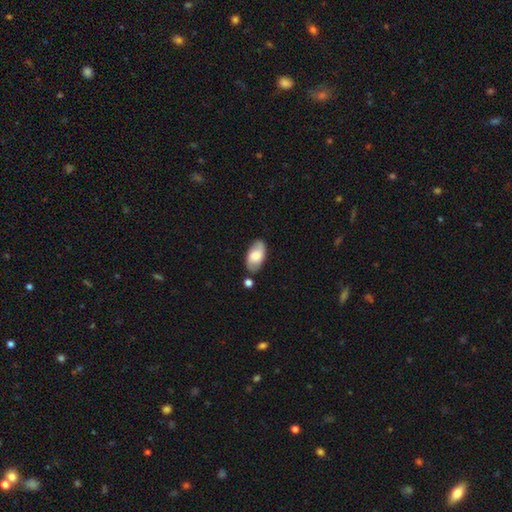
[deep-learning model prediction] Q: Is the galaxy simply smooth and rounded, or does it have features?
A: smooth — 65%.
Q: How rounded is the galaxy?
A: in between — 94%.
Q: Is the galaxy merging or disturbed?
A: none — 75%.